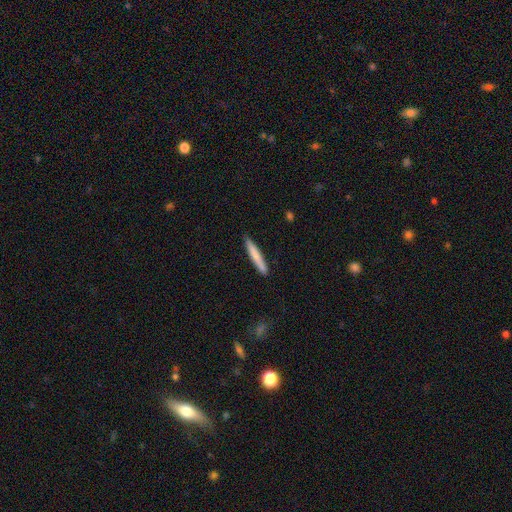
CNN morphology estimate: type=smooth (76%); roundness=cigar-shaped (95%); merging=none (89%).